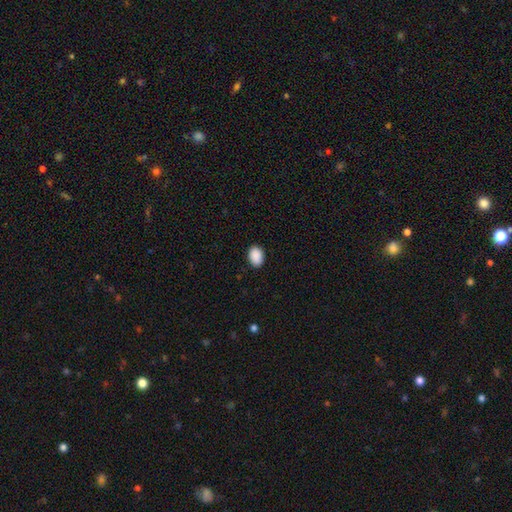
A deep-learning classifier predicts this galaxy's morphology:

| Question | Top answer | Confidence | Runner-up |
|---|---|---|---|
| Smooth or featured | smooth | 91% | star or artifact (7%) |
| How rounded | in between | 80% | round (19%) |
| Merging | none | 88% | minor disturbance (9%) |